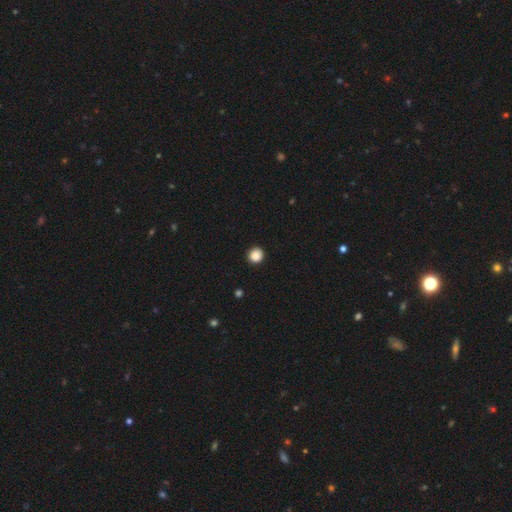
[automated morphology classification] The model was most divided on "smooth or featured": smooth: 87%, star or artifact: 10%, featured or disk: 2%. More confident: how rounded — round (93%); merging — none (93%).